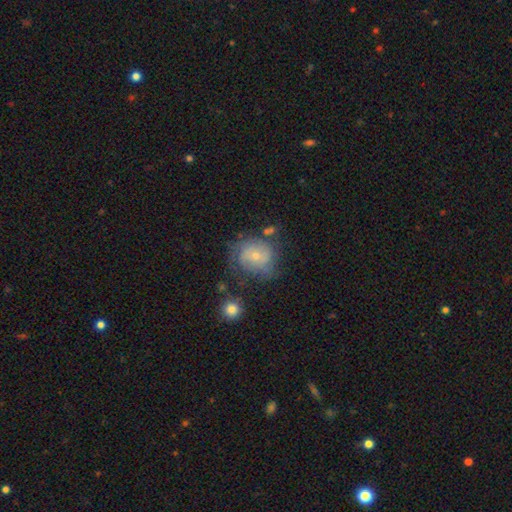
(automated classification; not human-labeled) Q: Smooth or featured?
A: featured or disk (49%); runner-up: smooth (42%)
Q: Merging?
A: none (52%); runner-up: minor disturbance (27%)